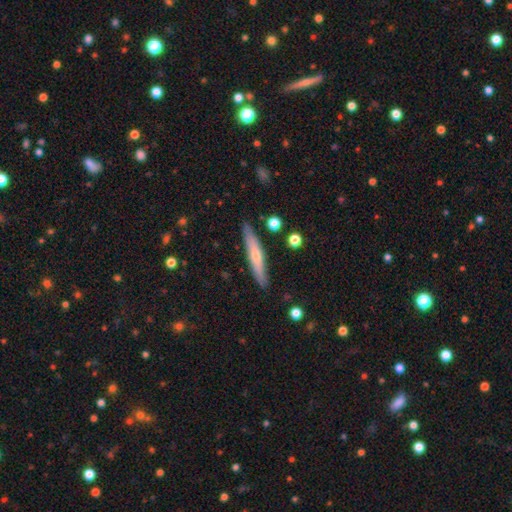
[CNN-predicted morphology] featured or disk 50%, smooth 44%, star or artifact 6%. Down the decision tree: merging — none (88%).